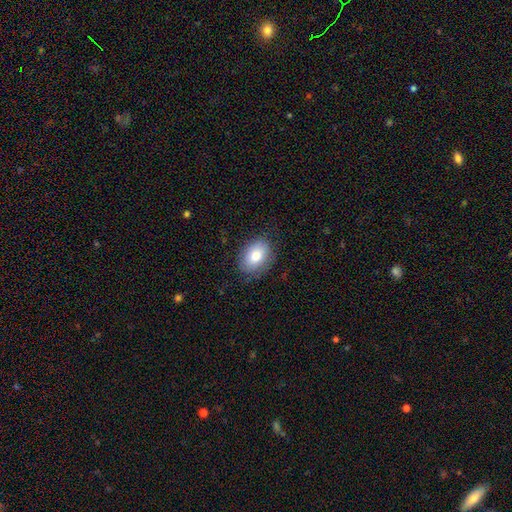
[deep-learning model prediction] Smooth or featured? Predicted: smooth (p=0.79). How rounded? Predicted: in between (p=0.81). Merging? Predicted: none (p=0.78).